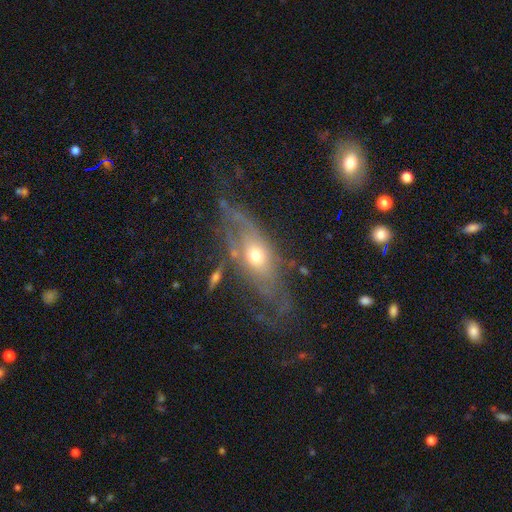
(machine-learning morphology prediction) Q: Smooth or featured?
A: featured or disk (69%); runner-up: smooth (22%)
Q: Edge-on disk?
A: no (77%); runner-up: yes (23%)
Q: Bar?
A: no (81%); runner-up: weak (14%)
Q: Spiral arms?
A: yes (64%); runner-up: no (36%)
Q: Bulge size?
A: moderate (63%); runner-up: small (29%)
Q: Merging?
A: none (52%); runner-up: minor disturbance (23%)